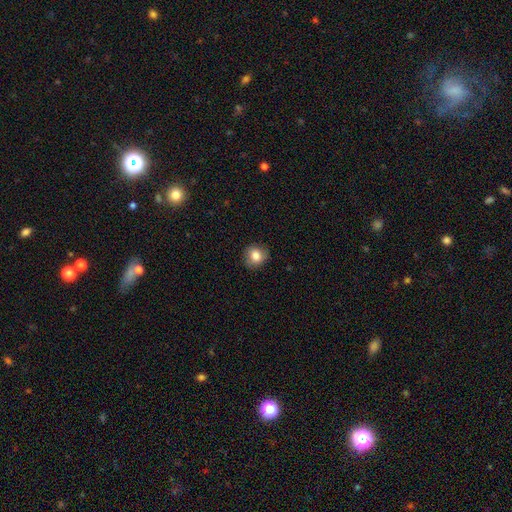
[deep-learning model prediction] Smooth or featured? Predicted: smooth (p=0.82). How rounded? Predicted: round (p=0.81). Merging? Predicted: none (p=0.85).